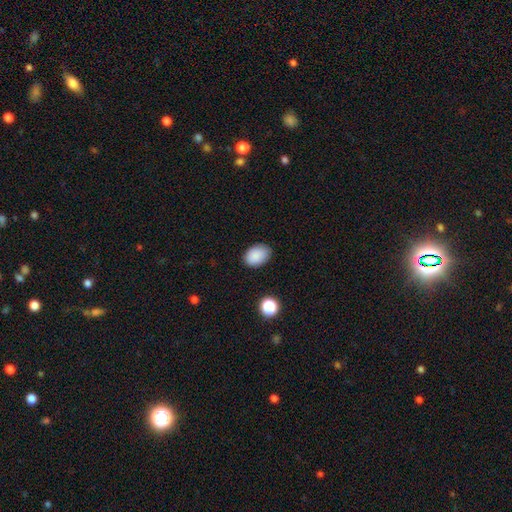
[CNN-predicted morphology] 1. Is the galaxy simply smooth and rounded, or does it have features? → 88% smooth, 8% star or artifact, 4% featured or disk.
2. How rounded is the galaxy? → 83% in between, 16% round, 1% cigar-shaped.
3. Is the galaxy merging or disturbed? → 82% none, 14% minor disturbance, 3% major disturbance, 1% merger.